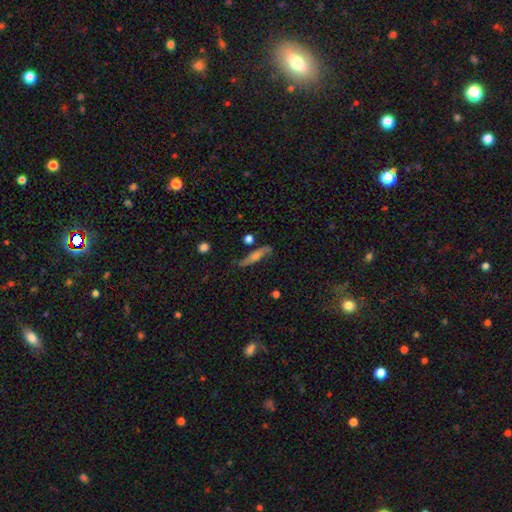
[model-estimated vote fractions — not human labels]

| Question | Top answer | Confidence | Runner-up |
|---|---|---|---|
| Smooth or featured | featured or disk | 56% | smooth (35%) |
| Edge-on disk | yes | 64% | no (36%) |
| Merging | none | 72% | minor disturbance (18%) |